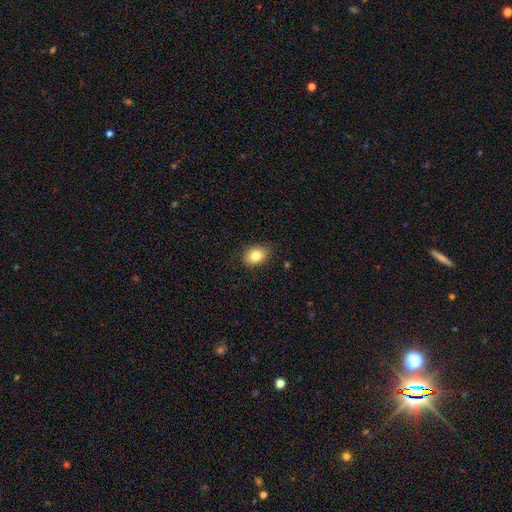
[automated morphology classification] Overall: smooth (83%). How rounded: in between (73%). Merging: none (86%).